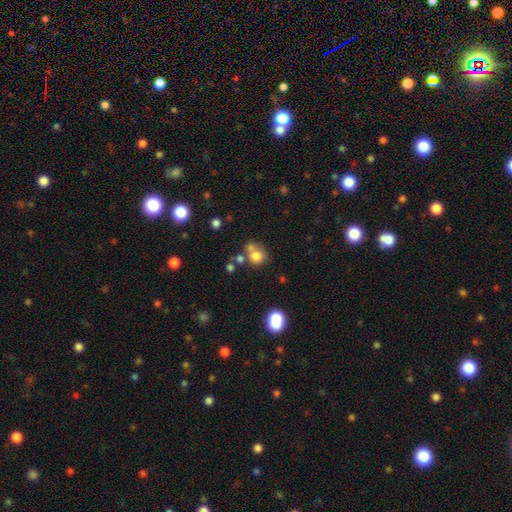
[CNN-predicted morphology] This appears to be a smooth galaxy with no disk features (77%) that is round (80%). Merging: none (49%).